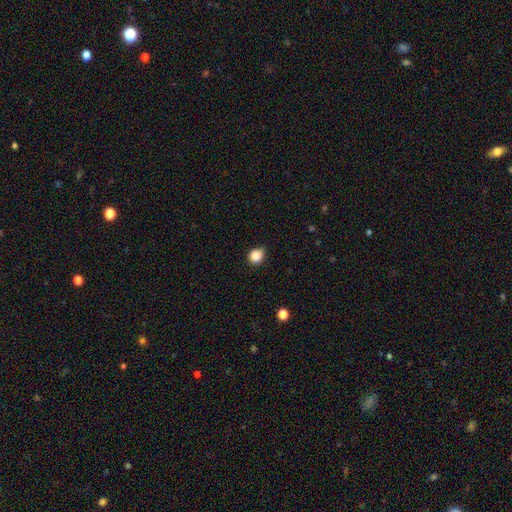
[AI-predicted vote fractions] A smooth galaxy with no disk features (86%) that is round (75%). Merging: none (77%).